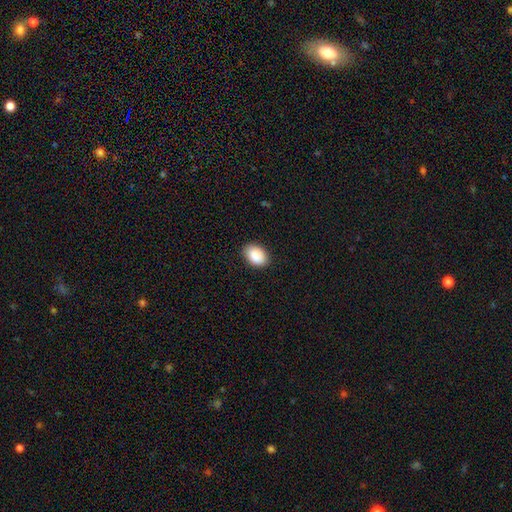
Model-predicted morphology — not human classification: A smooth galaxy with no disk features (90%) that is in between round and cigar-shaped (83%). Merging: none (88%).